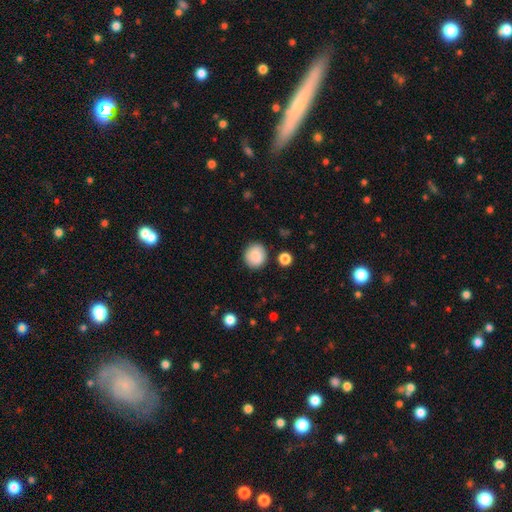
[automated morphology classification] Smooth or featured? Predicted: smooth (p=0.85). How rounded? Predicted: round (p=0.86). Merging? Predicted: none (p=0.86).